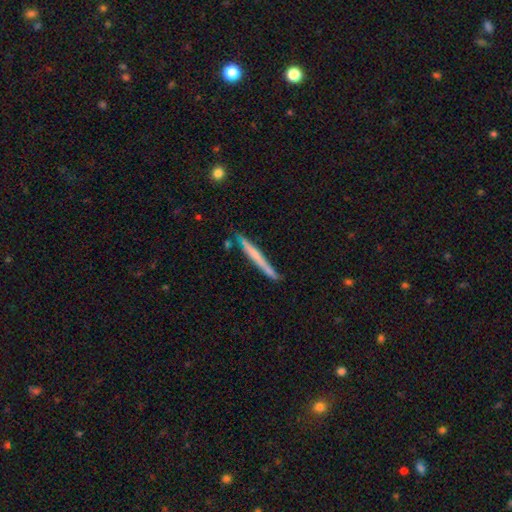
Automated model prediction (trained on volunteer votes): A smooth galaxy with no disk features (49%). Merging: none (83%).